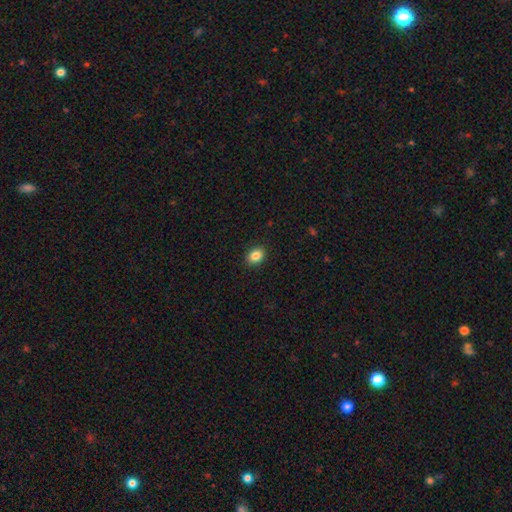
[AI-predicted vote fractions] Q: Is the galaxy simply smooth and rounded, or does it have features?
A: smooth — 85%.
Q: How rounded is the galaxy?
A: in between — 61%.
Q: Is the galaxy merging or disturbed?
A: none — 91%.